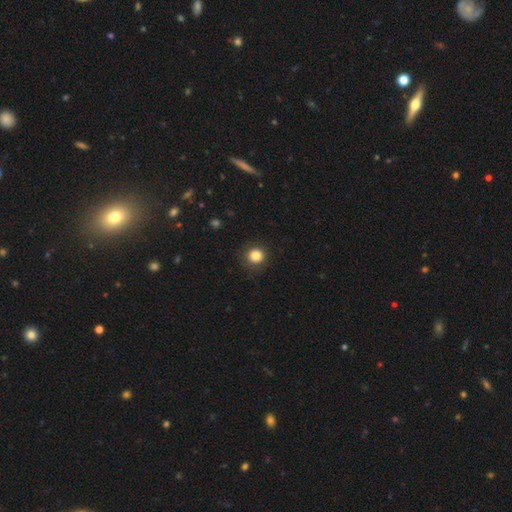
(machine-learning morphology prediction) Smooth or featured: smooth — 84% (star or artifact — 11%)
How rounded: round — 92% (in between — 7%)
Merging: none — 89% (minor disturbance — 8%)